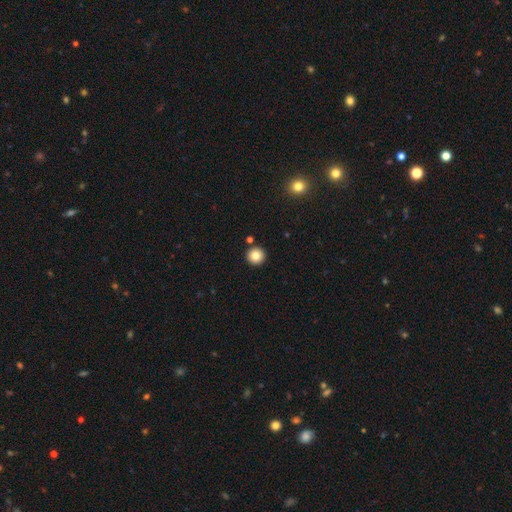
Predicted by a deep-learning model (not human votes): Smooth or featured: smooth — 83% (star or artifact — 10%)
How rounded: round — 95% (in between — 4%)
Merging: none — 90% (minor disturbance — 5%)